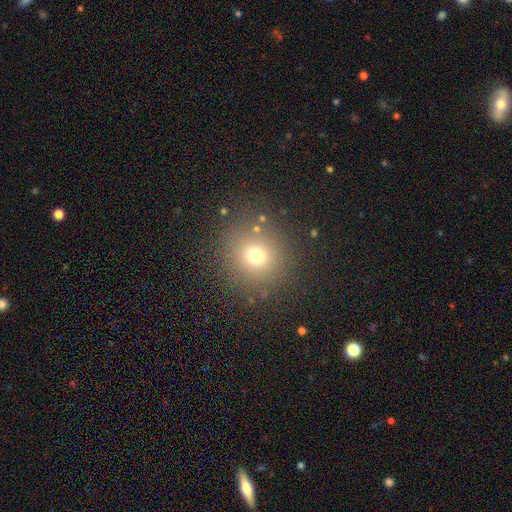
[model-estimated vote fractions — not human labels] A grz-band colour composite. It shows a smooth galaxy with no disk features (70%) that is round (92%). Merging: none (85%).